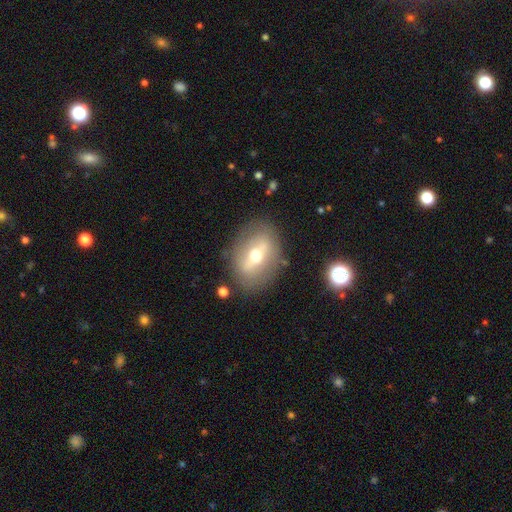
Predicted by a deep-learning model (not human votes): A featured or disk galaxy (55%).

Vote fractions:
- Smooth or featured? featured or disk: 55% / smooth: 36% / star or artifact: 9%
- Edge-on disk? no: 78% / yes: 22%
- Merging? none: 80% / minor disturbance: 12% / major disturbance: 6% / merger: 2%